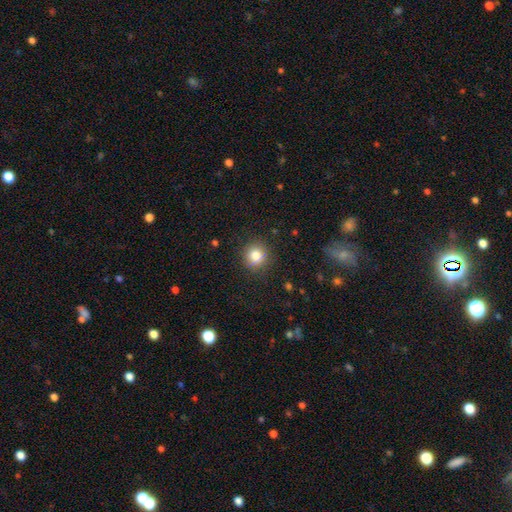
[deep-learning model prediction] Smooth or featured? smooth (82%)
How rounded? round (90%)
Merging? none (87%)